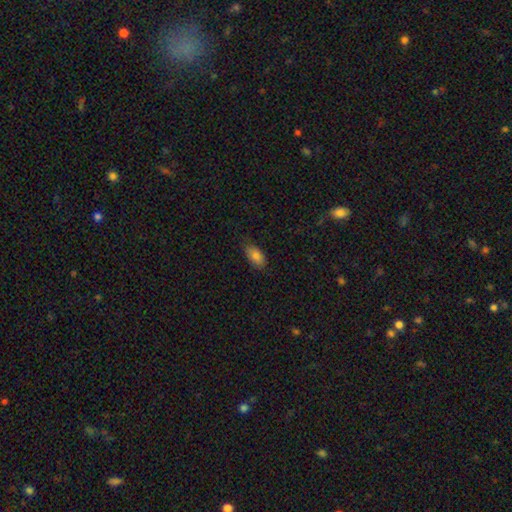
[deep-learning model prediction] Smooth or featured? smooth (83%)
How rounded? in between (93%)
Merging? none (77%)